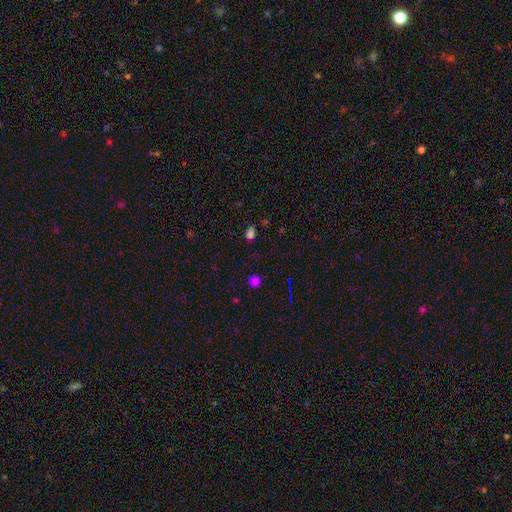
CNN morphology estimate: Overall: smooth (69%). How rounded: in between (53%; round 44%). Merging: none (78%).